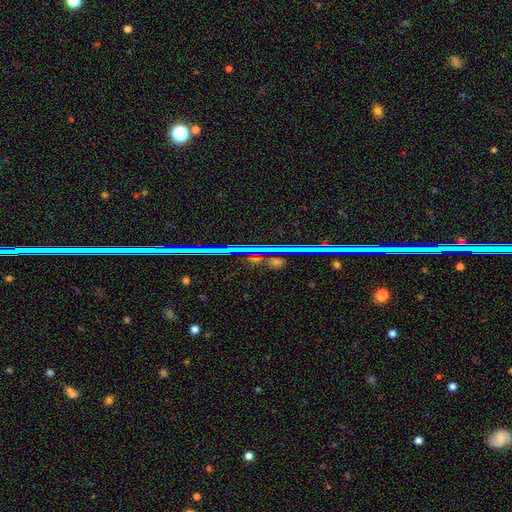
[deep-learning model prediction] Overall: star or artifact (81%).